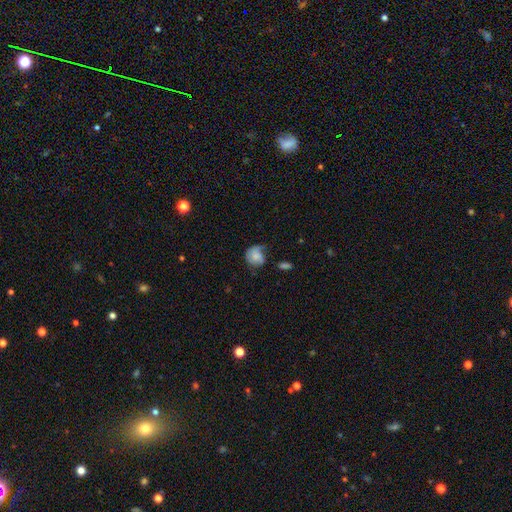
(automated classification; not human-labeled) A smooth galaxy with no disk features (67%) that is round (67%). Merging: none (38%).